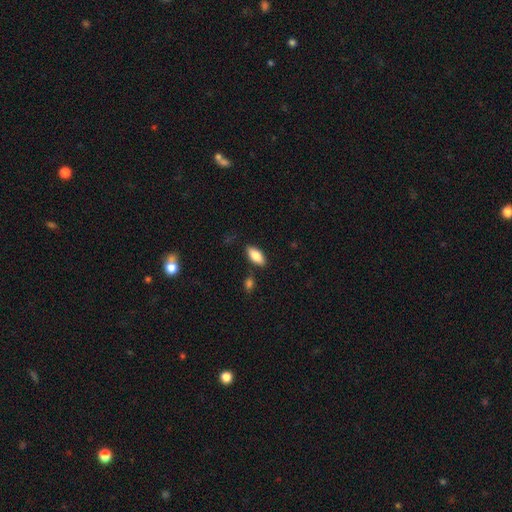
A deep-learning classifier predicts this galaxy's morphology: Q: Smooth or featured?
A: smooth (82%); runner-up: featured or disk (12%)
Q: How rounded?
A: in between (88%); runner-up: cigar-shaped (10%)
Q: Merging?
A: none (83%); runner-up: minor disturbance (11%)